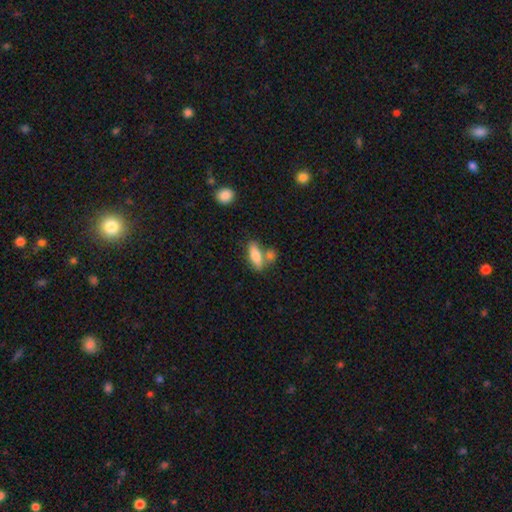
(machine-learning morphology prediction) smooth 71%, featured or disk 22%, star or artifact 7%. Down the decision tree: how rounded — in between (61%); merging — none (55%).